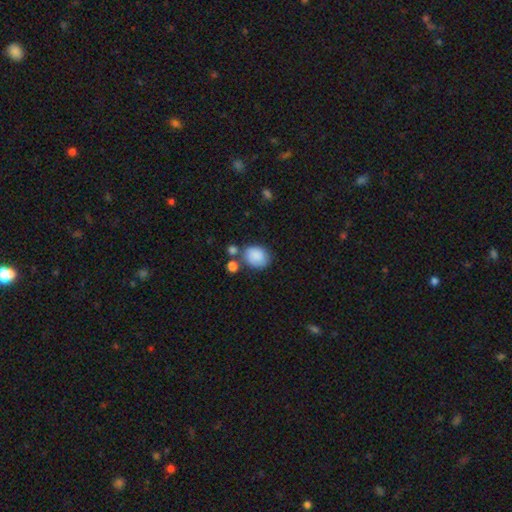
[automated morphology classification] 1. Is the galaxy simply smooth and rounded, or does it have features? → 85% smooth, 8% star or artifact, 7% featured or disk.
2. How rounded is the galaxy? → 50% round, 49% in between, 1% cigar-shaped.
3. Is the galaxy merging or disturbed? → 60% none, 19% minor disturbance, 15% merger, 6% major disturbance.